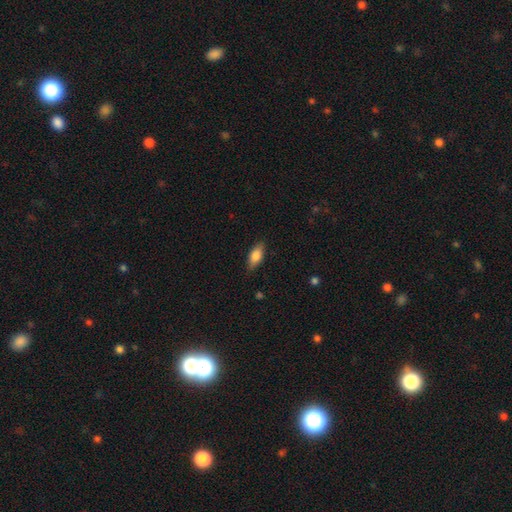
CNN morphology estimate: Smooth or featured? Predicted: smooth (p=0.80). How rounded? Predicted: in between (p=0.85). Merging? Predicted: none (p=0.85).